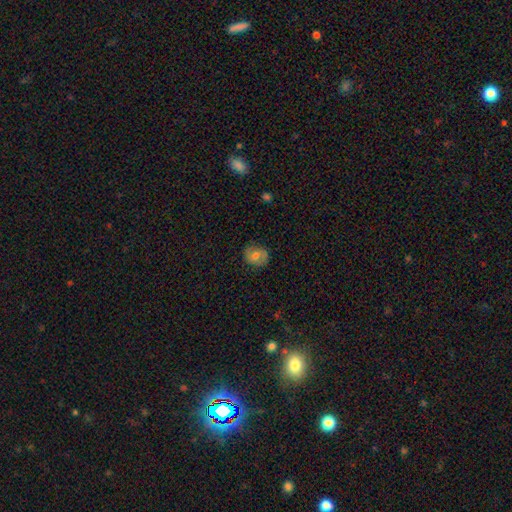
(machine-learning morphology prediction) Q: Smooth or featured?
A: smooth (55%); runner-up: featured or disk (36%)
Q: How rounded?
A: round (69%); runner-up: in between (30%)
Q: Merging?
A: none (82%); runner-up: minor disturbance (14%)